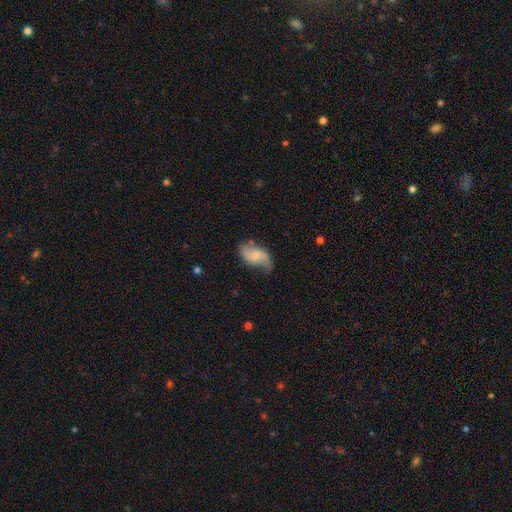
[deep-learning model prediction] Morphology: type=featured or disk (70%); edge-on=no (97%); bar=weak (47%); spiral arms=yes (93%); winding=loose (69%); arm count=2 (89%); bulge=small (44%); merging=none (64%).